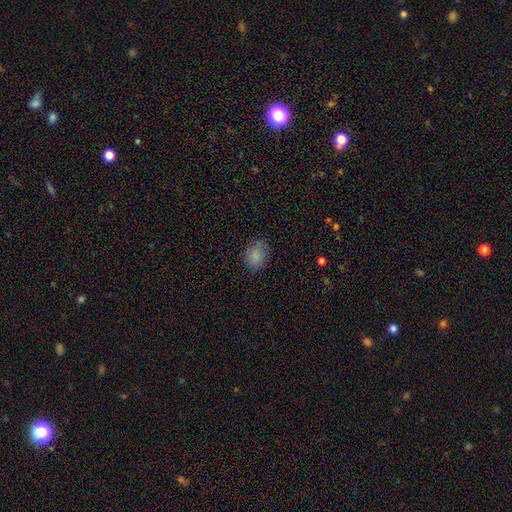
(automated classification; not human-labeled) Smooth or featured? Predicted: smooth (p=0.84). How rounded? Predicted: in between (p=0.56). Merging? Predicted: none (p=0.78).